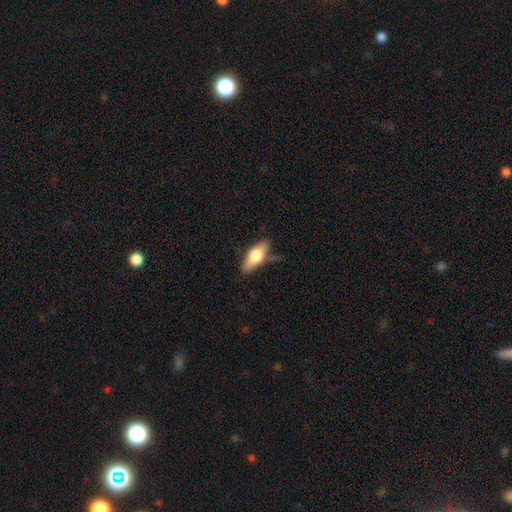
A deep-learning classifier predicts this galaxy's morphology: smooth-or-featured: smooth: 62% | featured or disk: 32% | star or artifact: 6%
  how-rounded: in between: 72% | cigar-shaped: 25% | round: 3%
  merging: none: 71% | minor disturbance: 20% | major disturbance: 5% | merger: 3%